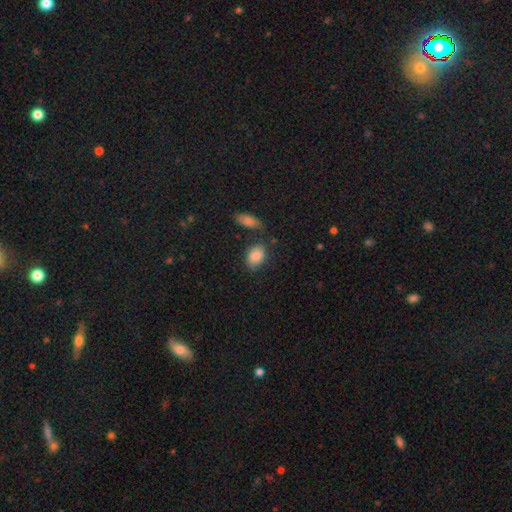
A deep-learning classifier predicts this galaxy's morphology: Smooth or featured? smooth (85%)
How rounded? in between (74%)
Merging? none (67%)